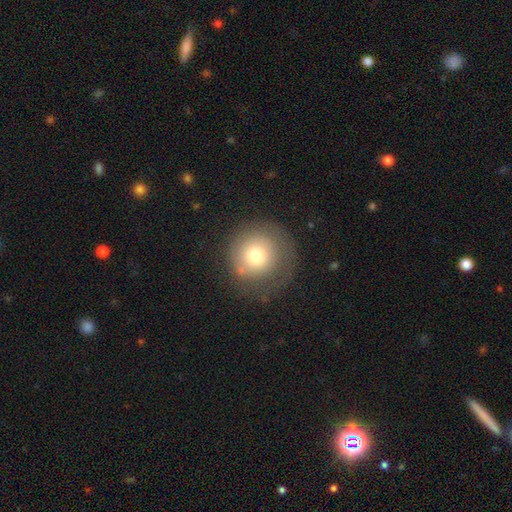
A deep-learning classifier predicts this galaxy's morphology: Overall: smooth (71%). How rounded: round (93%). Merging: none (65%).